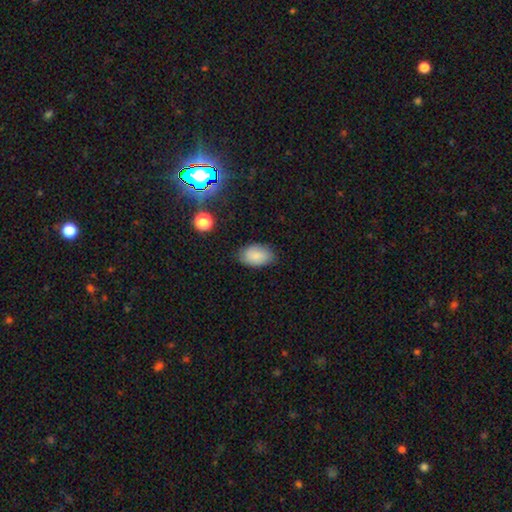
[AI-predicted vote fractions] Smooth or featured?
  - smooth: 83% *
  - featured or disk: 9%
  - star or artifact: 8%
How rounded?
  - in between: 91% *
  - round: 8%
  - cigar-shaped: 1%
Merging?
  - none: 79% *
  - minor disturbance: 16%
  - major disturbance: 3%
  - merger: 1%